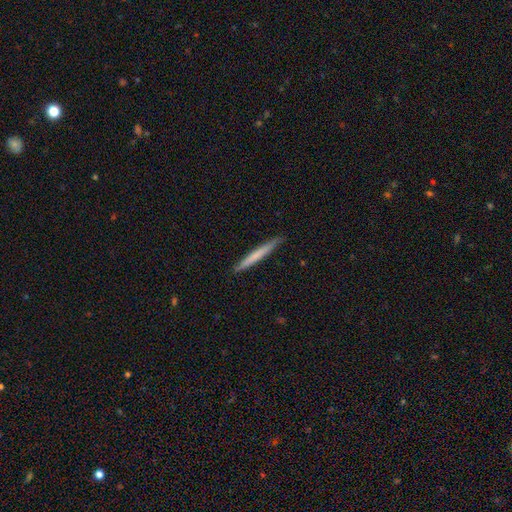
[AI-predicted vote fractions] Smooth or featured?
  - smooth: 64% *
  - featured or disk: 31%
  - star or artifact: 5%
How rounded?
  - cigar-shaped: 97% *
  - in between: 2%
  - round: 1%
Merging?
  - none: 87% *
  - minor disturbance: 10%
  - major disturbance: 2%
  - merger: 1%